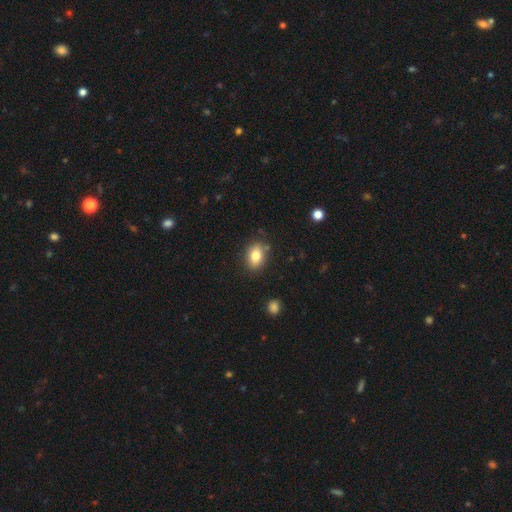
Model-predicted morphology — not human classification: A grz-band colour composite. It shows a smooth galaxy with no disk features (82%) that is in between round and cigar-shaped (75%). Merging: none (82%).